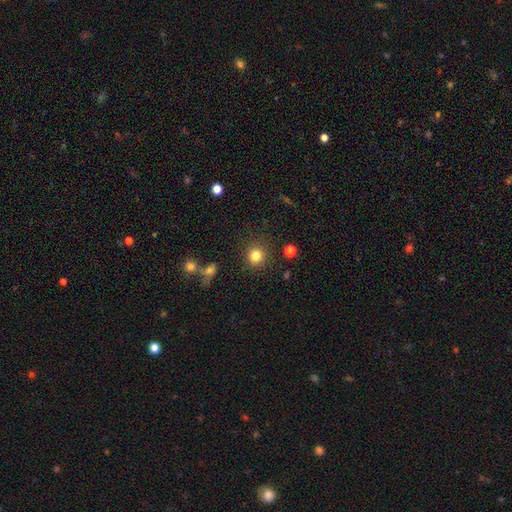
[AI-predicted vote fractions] A smooth galaxy with no disk features (82%) that is round (91%). Merging: none (87%).